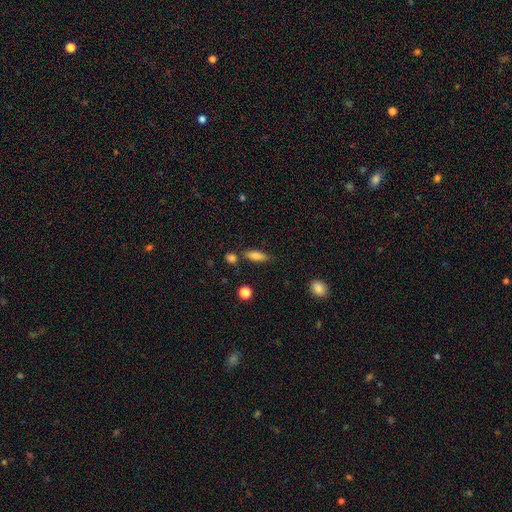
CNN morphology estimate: This appears to be a smooth galaxy with no disk features (77%) that is in between round and cigar-shaped (59%). Merging: none (74%).